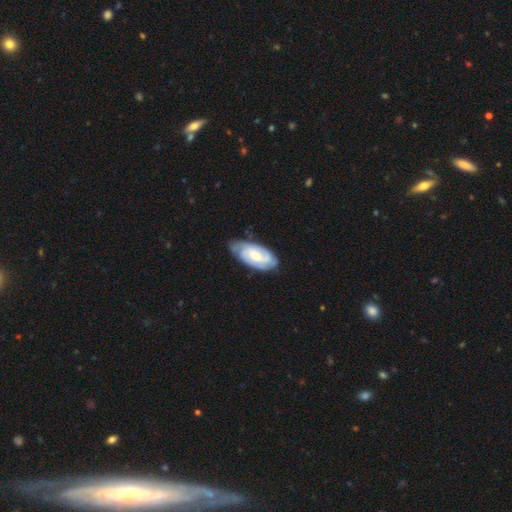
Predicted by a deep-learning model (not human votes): smooth_or_featured: featured or disk (p=0.72) [alt: smooth p=0.23]
disk_edge_on: no (p=0.95) [alt: yes p=0.05]
bar: no (p=0.47) [alt: weak p=0.42]
has_spiral_arms: yes (p=0.94) [alt: no p=0.06]
spiral_winding: tight (p=0.58) [alt: medium p=0.34]
spiral_arm_count: 2 (p=0.53) [alt: can't tell p=0.23]
bulge_size: moderate (p=0.51) [alt: small p=0.36]
merging: none (p=0.69) [alt: minor disturbance p=0.25]